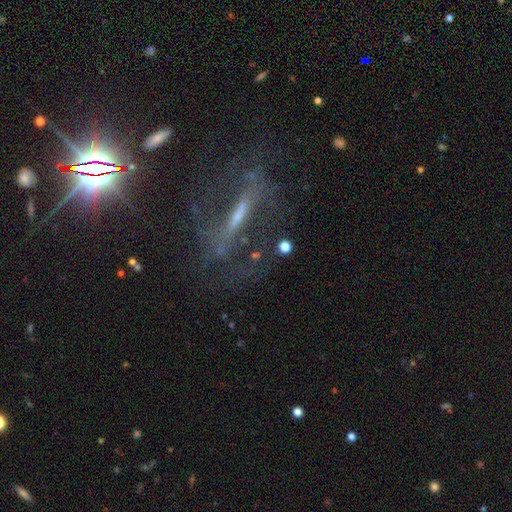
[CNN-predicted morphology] Smooth or featured? Predicted: featured or disk (p=0.69). Edge-on disk? Predicted: no (p=0.61). Merging? Predicted: none (p=0.56).